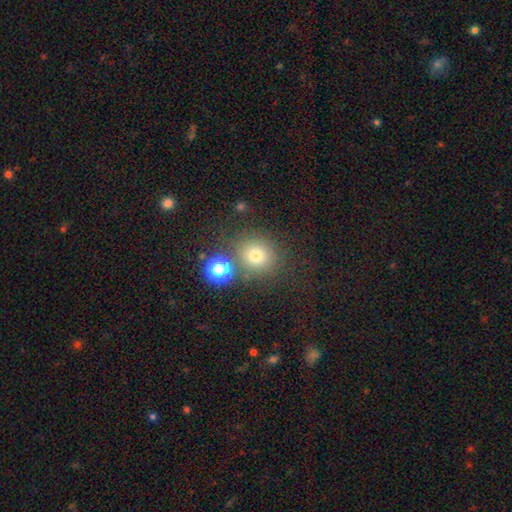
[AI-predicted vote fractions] This appears to be a smooth galaxy with no disk features (72%) that is round (89%). Merging: none (75%).